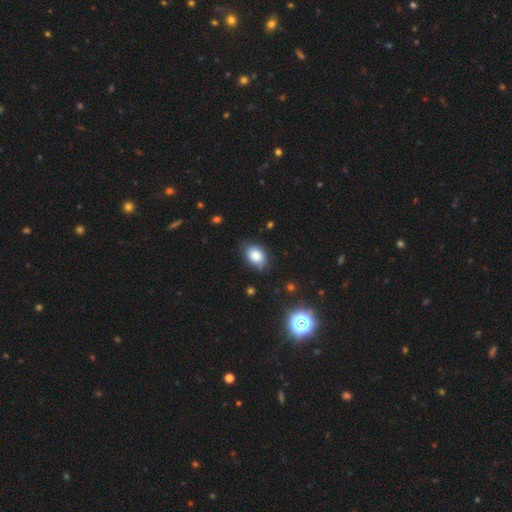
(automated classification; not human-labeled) A smooth galaxy with no disk features (83%) that is in between round and cigar-shaped (85%). Merging: none (78%).